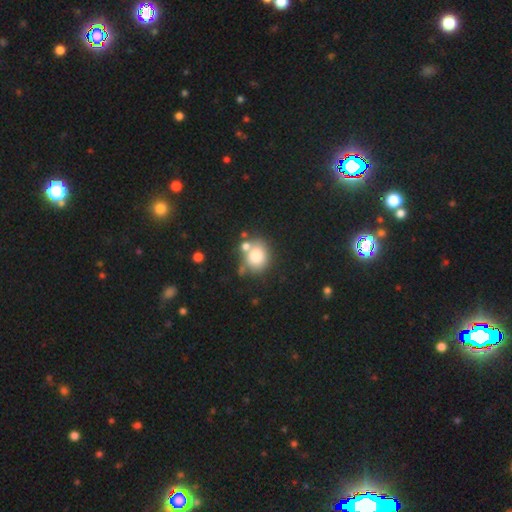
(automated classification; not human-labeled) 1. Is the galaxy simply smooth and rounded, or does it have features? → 77% smooth, 12% featured or disk, 11% star or artifact.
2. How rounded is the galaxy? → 70% round, 29% in between, 1% cigar-shaped.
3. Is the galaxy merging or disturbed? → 59% none, 22% merger, 14% minor disturbance, 5% major disturbance.